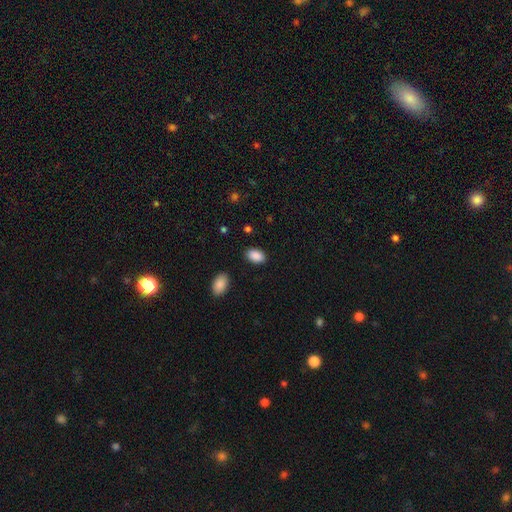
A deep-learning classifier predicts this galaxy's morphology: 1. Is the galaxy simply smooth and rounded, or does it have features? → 90% smooth, 7% star or artifact, 3% featured or disk.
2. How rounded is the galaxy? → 92% in between, 7% round, 1% cigar-shaped.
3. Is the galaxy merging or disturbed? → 87% none, 9% minor disturbance, 3% major disturbance, 2% merger.